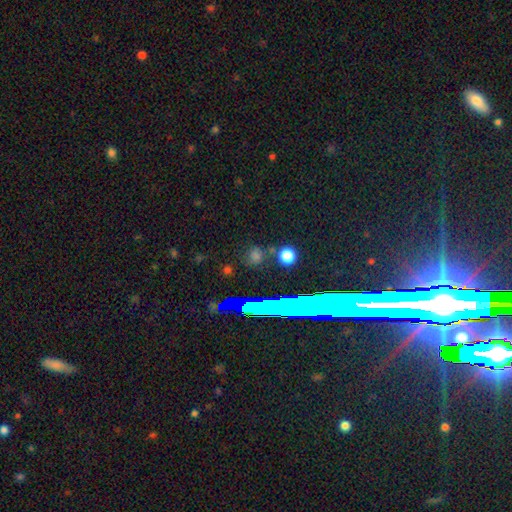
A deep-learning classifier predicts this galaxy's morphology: Smooth or featured?
  - smooth: 64% *
  - star or artifact: 26%
  - featured or disk: 10%
How rounded?
  - round: 78% *
  - in between: 18%
  - cigar-shaped: 4%
Merging?
  - none: 79% *
  - minor disturbance: 11%
  - major disturbance: 5%
  - merger: 5%